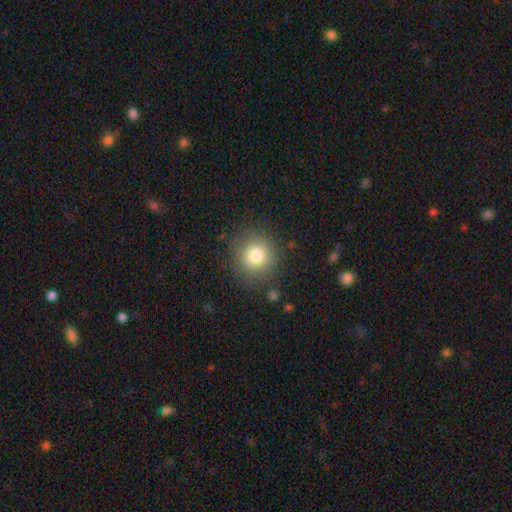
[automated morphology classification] This is likely a smooth galaxy (80%). How rounded: clearly round (91%). Merging: clearly none (85%).